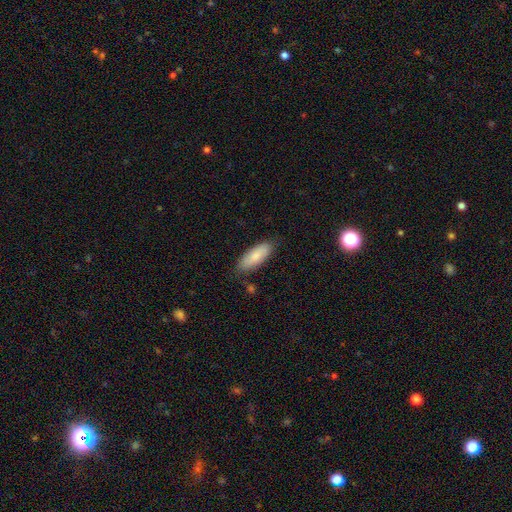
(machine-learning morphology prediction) A smooth galaxy with no disk features (81%) that is in between round and cigar-shaped (77%).

Vote fractions:
- Smooth or featured? smooth: 81% / featured or disk: 13% / star or artifact: 6%
- How rounded? in between: 77% / cigar-shaped: 21% / round: 2%
- Merging? none: 80% / minor disturbance: 16% / major disturbance: 3% / merger: 2%